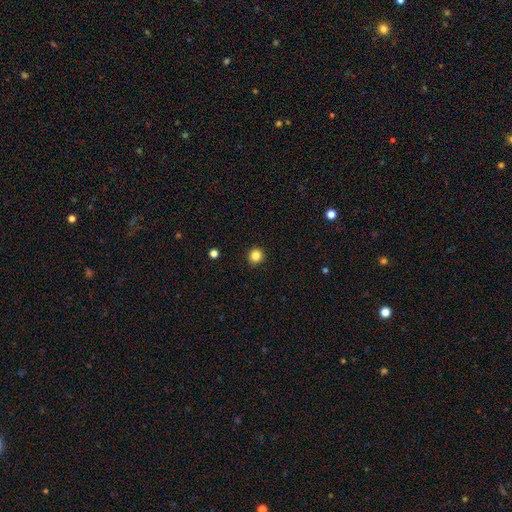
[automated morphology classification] type=smooth (84%); roundness=round (94%); merging=none (93%).